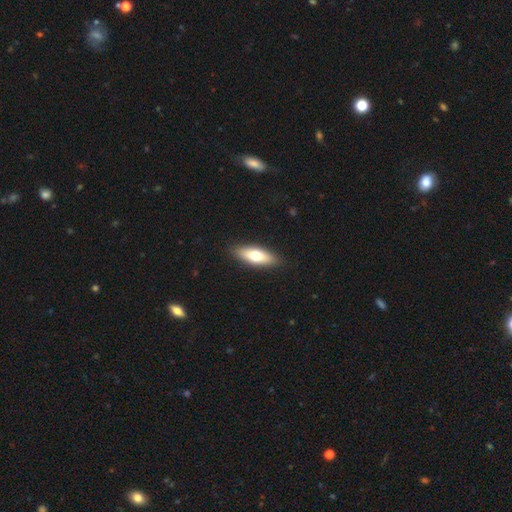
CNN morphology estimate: The model was most divided on "how rounded": in between: 61%, cigar-shaped: 36%, round: 3%. More confident: merging — none (89%); smooth or featured — smooth (65%).